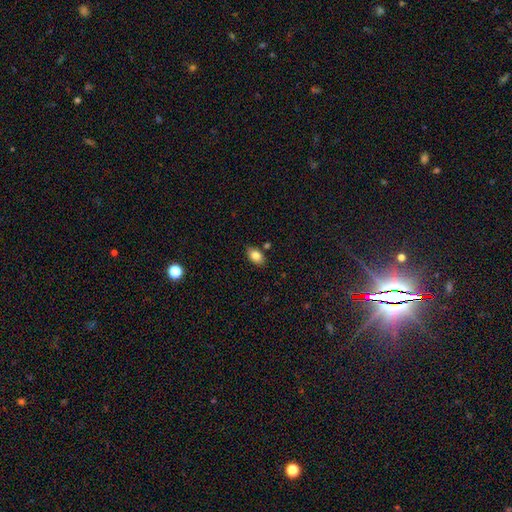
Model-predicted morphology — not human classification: smooth-or-featured: smooth: 82% | featured or disk: 9% | star or artifact: 9%
  how-rounded: in between: 88% | round: 10% | cigar-shaped: 2%
  merging: none: 81% | minor disturbance: 12% | merger: 5% | major disturbance: 2%